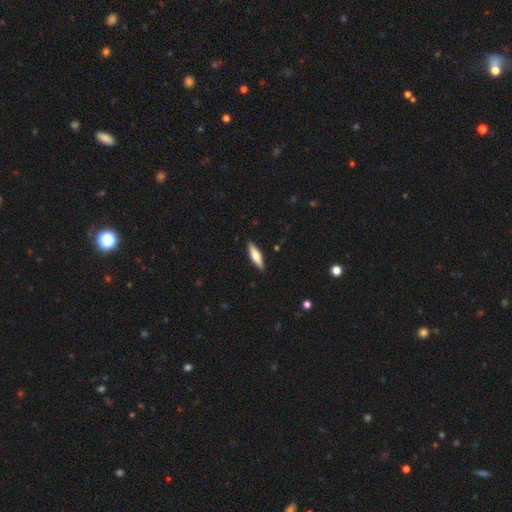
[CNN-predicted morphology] Smooth or featured?
  - smooth: 61% *
  - featured or disk: 33%
  - star or artifact: 5%
How rounded?
  - cigar-shaped: 62% *
  - in between: 36%
  - round: 2%
Merging?
  - none: 89% *
  - minor disturbance: 8%
  - major disturbance: 2%
  - merger: 1%